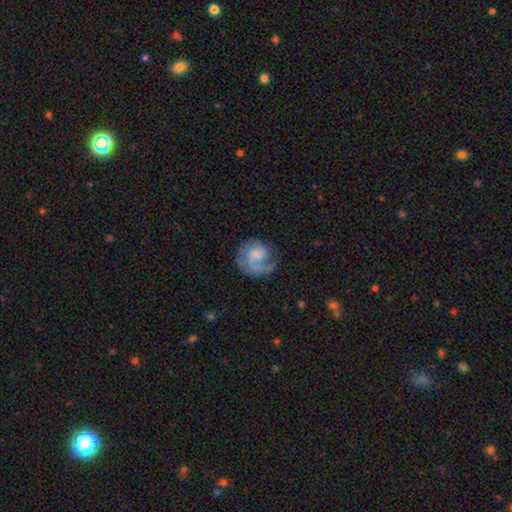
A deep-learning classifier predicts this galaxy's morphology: smooth-or-featured: featured or disk: 69% | smooth: 24% | star or artifact: 6%
  disk-edge-on: no: 98% | yes: 2%
    bar: no: 65% | weak: 31% | strong: 5%
    has-spiral-arms: yes: 90% | no: 10%
      spiral-winding: tight: 41% | medium: 39% | loose: 20%
      spiral-arm-count: 1: 62% | 2: 22% | can't tell: 9% | 3: 3% | 4: 1% | more than 4: 1%
    bulge-size: none: 31% | moderate: 29% | small: 23% | large: 15% | dominant: 2%
  merging: none: 62% | minor disturbance: 18% | major disturbance: 18% | merger: 2%